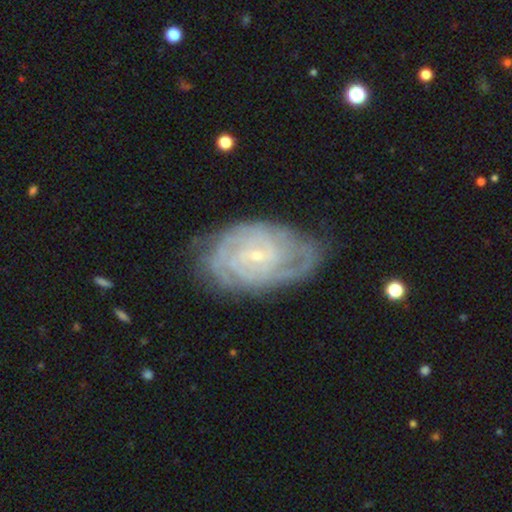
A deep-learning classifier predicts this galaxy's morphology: This is clearly a featured or disk galaxy (85%). It is clearly not viewed edge-on (97%). Bar: possibly no (56%). Spiral arm pattern: clearly yes (95%). Spiral arm count: marginally can't tell (37%). Spiral winding: likely tight (72%). Central bulge: clearly small (83%). Merging: likely none (69%).